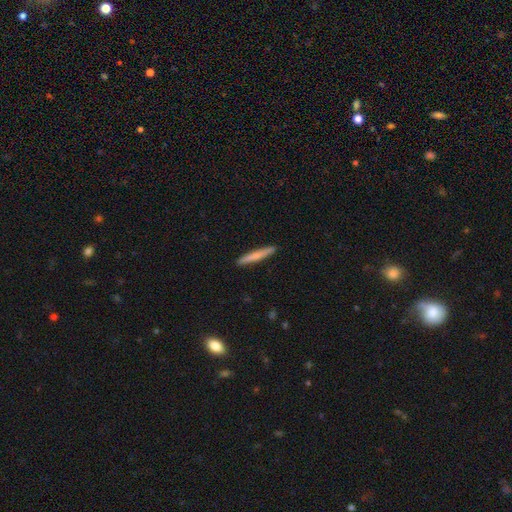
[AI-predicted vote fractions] smooth 69%, featured or disk 26%, star or artifact 5%. Down the decision tree: how rounded — cigar-shaped (96%); merging — none (91%).